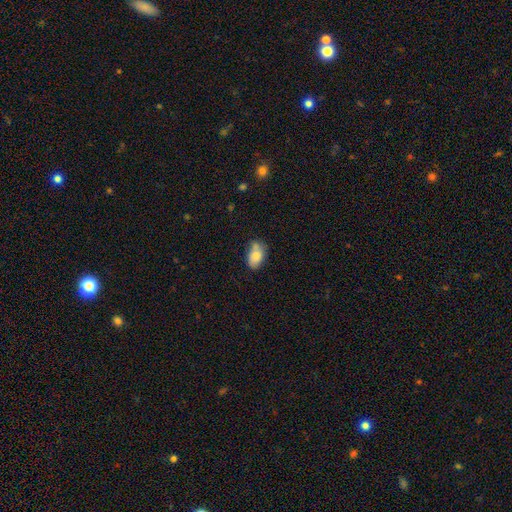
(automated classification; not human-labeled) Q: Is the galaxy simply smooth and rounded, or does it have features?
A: smooth — 79%.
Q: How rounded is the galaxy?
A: in between — 90%.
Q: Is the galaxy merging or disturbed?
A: none — 56%.